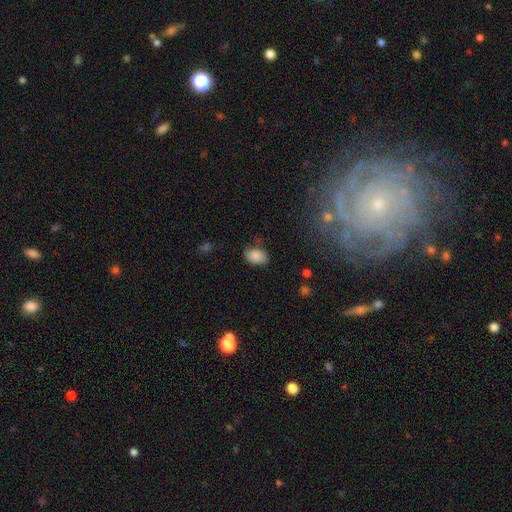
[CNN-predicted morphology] smooth_or_featured: smooth (p=0.86) [alt: star or artifact p=0.08]
how_rounded: in between (p=0.85) [alt: round p=0.14]
merging: none (p=0.71) [alt: minor disturbance p=0.22]